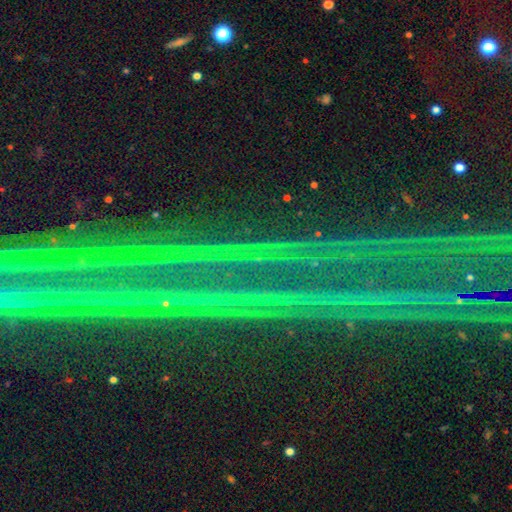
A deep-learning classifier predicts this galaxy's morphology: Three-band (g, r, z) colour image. It shows a star or artifact, not a galaxy (87%).